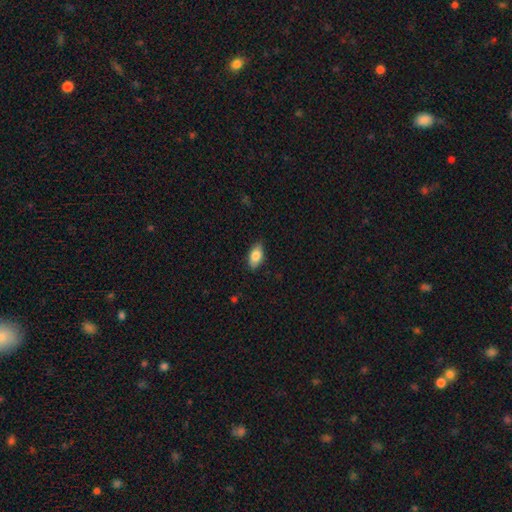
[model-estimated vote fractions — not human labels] A smooth galaxy with no disk features (82%) that is in between round and cigar-shaped (91%).

Vote fractions:
- Smooth or featured? smooth: 82% / featured or disk: 11% / star or artifact: 7%
- How rounded? in between: 91% / round: 5% / cigar-shaped: 5%
- Merging? none: 85% / minor disturbance: 12% / major disturbance: 2% / merger: 1%